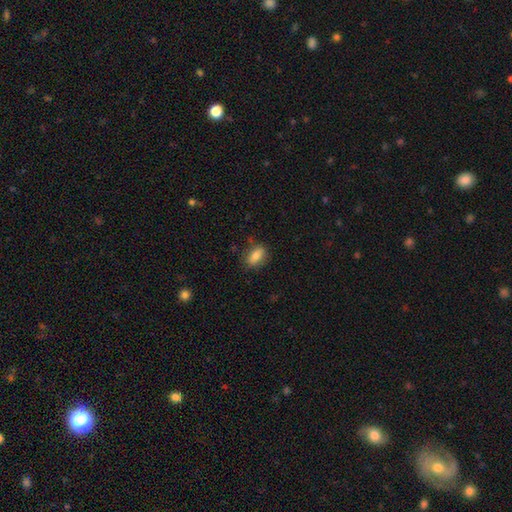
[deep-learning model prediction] Smooth or featured?
  - smooth: 82% *
  - featured or disk: 10%
  - star or artifact: 8%
How rounded?
  - in between: 83% *
  - round: 10%
  - cigar-shaped: 7%
Merging?
  - none: 78% *
  - minor disturbance: 16%
  - major disturbance: 4%
  - merger: 2%